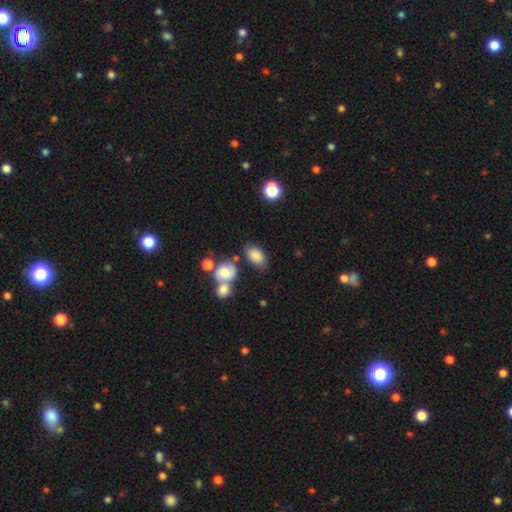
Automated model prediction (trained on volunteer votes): smooth 80%, featured or disk 11%, star or artifact 9%. Down the decision tree: how rounded — in between (84%); merging — none (57%).